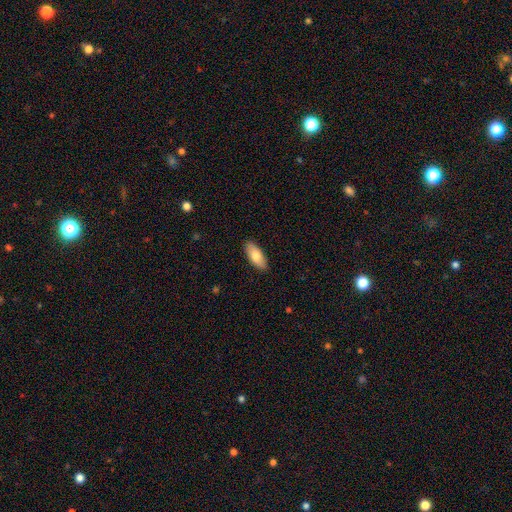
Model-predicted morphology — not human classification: smooth 80%, featured or disk 14%, star or artifact 6%. Down the decision tree: how rounded — in between (83%); merging — none (89%).